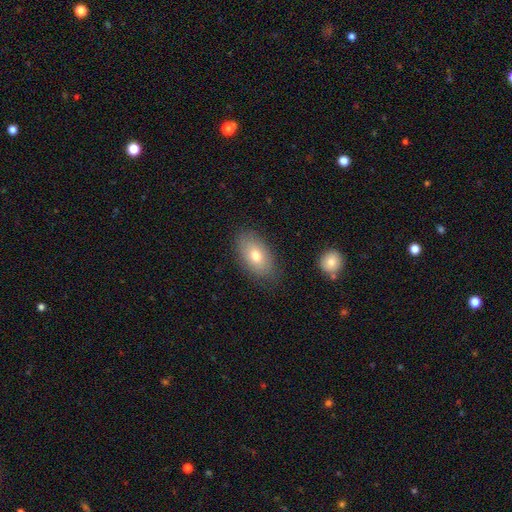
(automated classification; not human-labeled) A smooth galaxy with no disk features (75%) that is in between round and cigar-shaped (92%). Merging: none (81%).